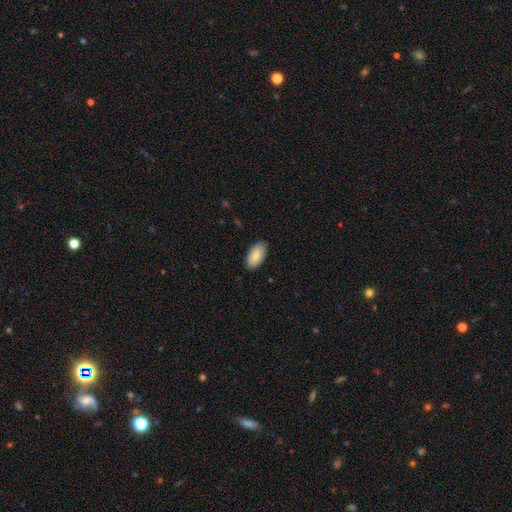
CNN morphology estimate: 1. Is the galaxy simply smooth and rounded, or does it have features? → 83% smooth, 11% featured or disk, 6% star or artifact.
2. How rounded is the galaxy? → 95% in between, 3% cigar-shaped, 2% round.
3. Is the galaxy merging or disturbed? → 88% none, 10% minor disturbance, 2% major disturbance, 1% merger.